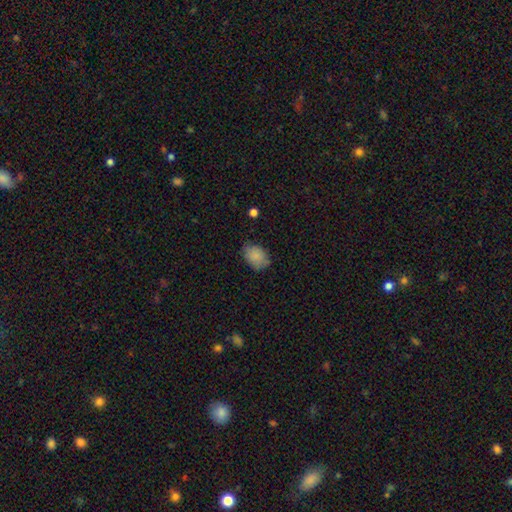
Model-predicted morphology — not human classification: A smooth galaxy with no disk features (85%) that is in between round and cigar-shaped (76%). Merging: none (70%).